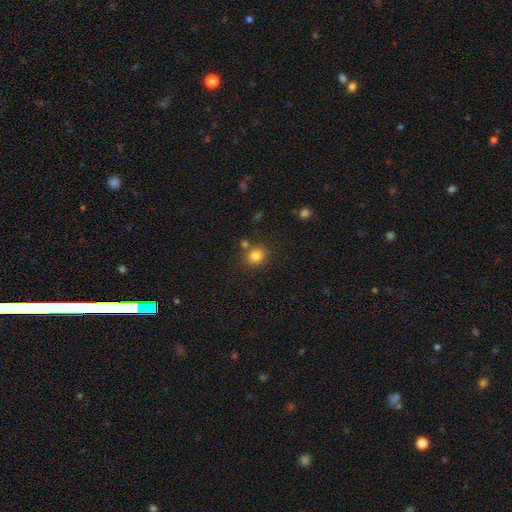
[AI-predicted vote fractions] Q: Smooth or featured?
A: smooth (82%); runner-up: star or artifact (12%)
Q: How rounded?
A: round (73%); runner-up: in between (26%)
Q: Merging?
A: none (76%); runner-up: merger (11%)